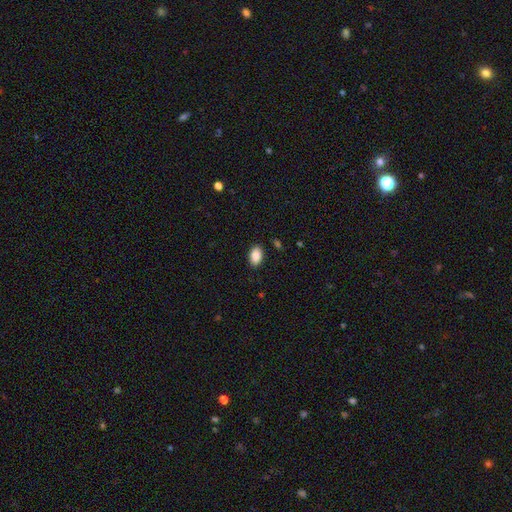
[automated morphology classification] A smooth galaxy with no disk features (89%) that is in between round and cigar-shaped (91%). Merging: none (88%).